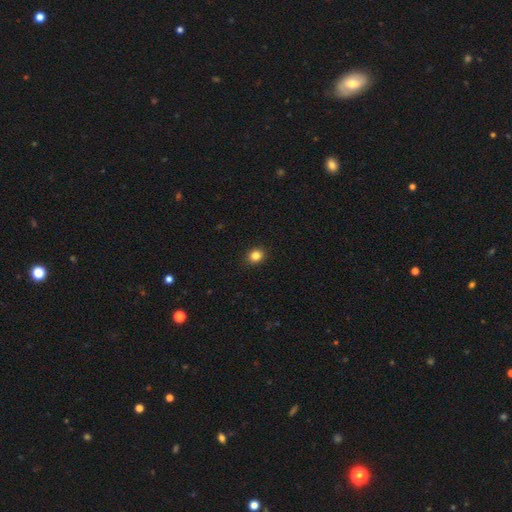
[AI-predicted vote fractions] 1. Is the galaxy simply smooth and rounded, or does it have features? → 84% smooth, 11% star or artifact, 4% featured or disk.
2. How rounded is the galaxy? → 71% round, 28% in between, 1% cigar-shaped.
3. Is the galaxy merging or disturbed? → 91% none, 7% minor disturbance, 2% major disturbance, 1% merger.